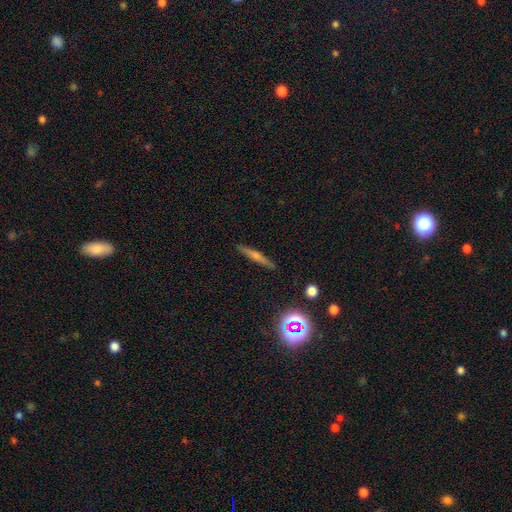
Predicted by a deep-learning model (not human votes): smooth-or-featured: featured or disk: 50% | smooth: 36% | star or artifact: 14%
  disk-edge-on: yes: 95% | no: 5%
  merging: none: 90% | minor disturbance: 7% | major disturbance: 2% | merger: 1%